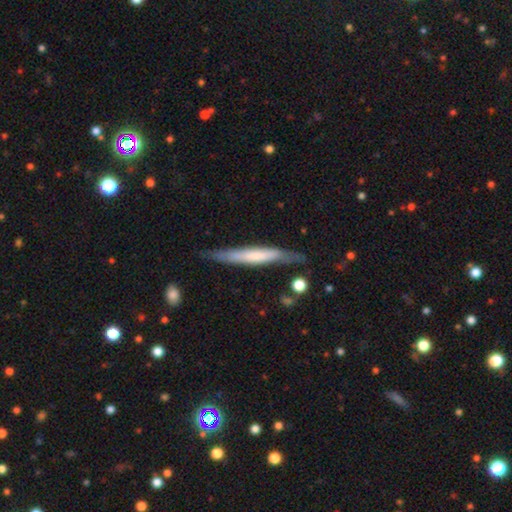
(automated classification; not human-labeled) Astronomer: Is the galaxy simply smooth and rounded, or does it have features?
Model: smooth — 49% (runner-up: featured or disk, 45%).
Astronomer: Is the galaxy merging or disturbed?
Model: none — 76%.